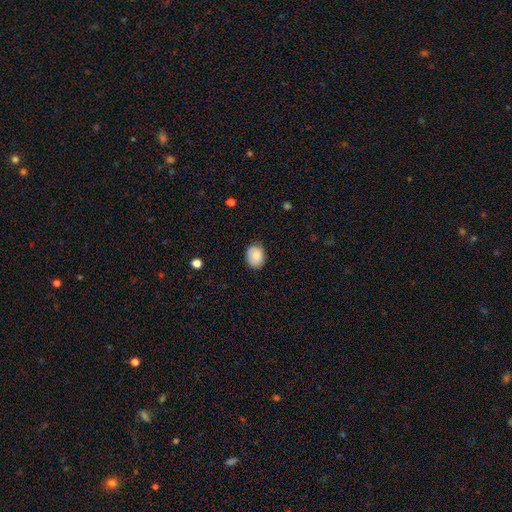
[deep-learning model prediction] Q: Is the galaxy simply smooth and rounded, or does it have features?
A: smooth — 84%.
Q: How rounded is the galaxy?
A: in between — 59%.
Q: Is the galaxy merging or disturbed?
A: none — 83%.